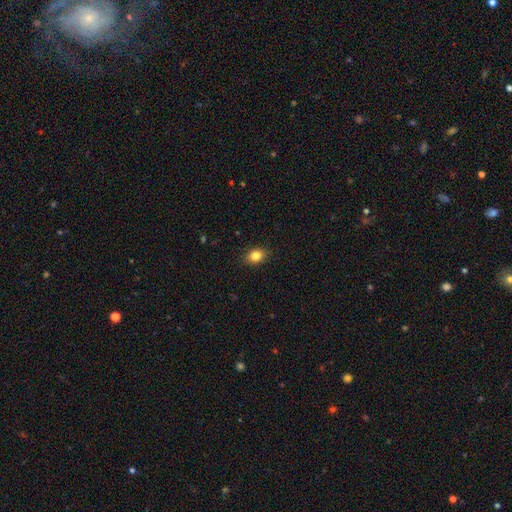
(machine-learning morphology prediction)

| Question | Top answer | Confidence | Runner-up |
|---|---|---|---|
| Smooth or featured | smooth | 84% | star or artifact (10%) |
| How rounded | in between | 65% | round (34%) |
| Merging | none | 88% | minor disturbance (9%) |